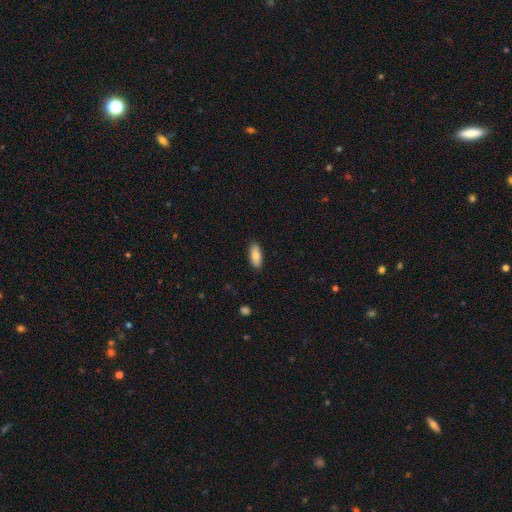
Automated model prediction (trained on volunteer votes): smooth-or-featured: smooth: 82% | featured or disk: 12% | star or artifact: 6%
  how-rounded: in between: 84% | cigar-shaped: 14% | round: 2%
  merging: none: 89% | minor disturbance: 9% | major disturbance: 2% | merger: 1%